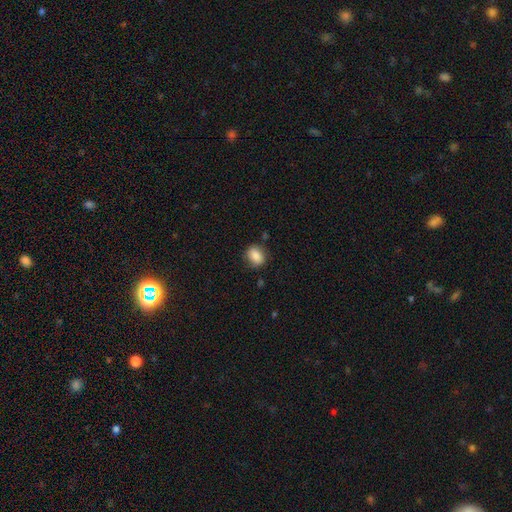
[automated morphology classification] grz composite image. It shows a smooth galaxy with no disk features (85%) that is in between round and cigar-shaped (59%). Merging: none (78%).